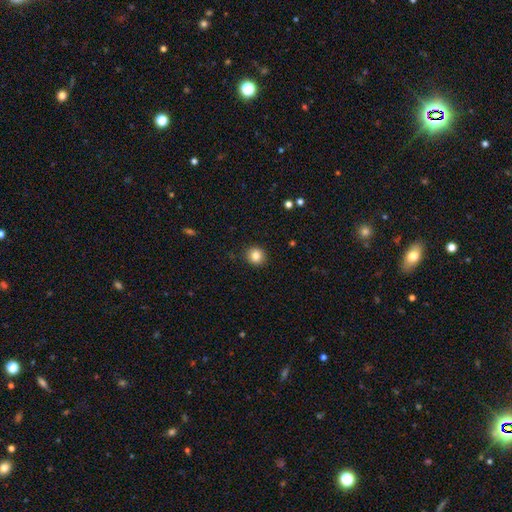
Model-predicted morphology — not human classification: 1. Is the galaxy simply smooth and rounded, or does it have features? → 85% smooth, 10% star or artifact, 5% featured or disk.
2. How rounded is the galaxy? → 90% round, 9% in between, 1% cigar-shaped.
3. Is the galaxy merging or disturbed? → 91% none, 6% minor disturbance, 2% major disturbance, 1% merger.